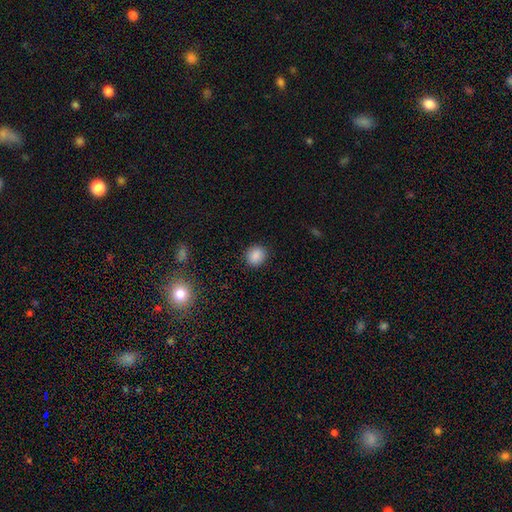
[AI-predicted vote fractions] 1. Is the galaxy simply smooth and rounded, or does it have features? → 87% smooth, 10% star or artifact, 3% featured or disk.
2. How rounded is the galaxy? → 72% round, 27% in between, 1% cigar-shaped.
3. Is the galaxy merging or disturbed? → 89% none, 8% minor disturbance, 3% major disturbance, 1% merger.